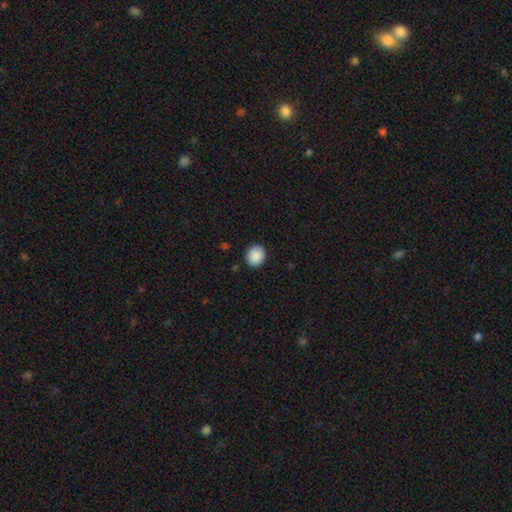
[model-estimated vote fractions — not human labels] This appears to be a smooth galaxy with no disk features (89%) that is round (73%). Merging: none (90%).